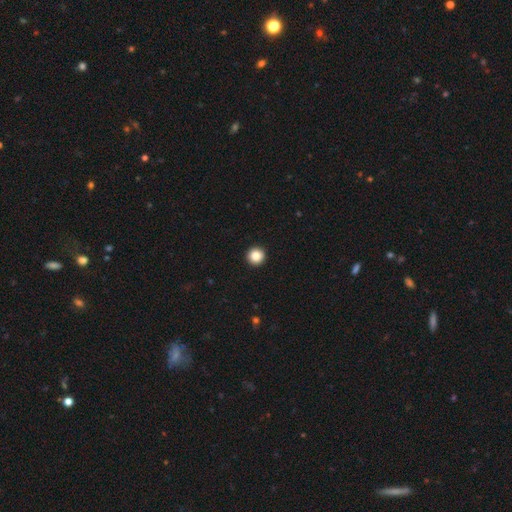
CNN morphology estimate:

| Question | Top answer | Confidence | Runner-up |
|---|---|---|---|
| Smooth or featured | smooth | 84% | star or artifact (10%) |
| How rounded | round | 97% | in between (3%) |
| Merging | none | 95% | minor disturbance (3%) |